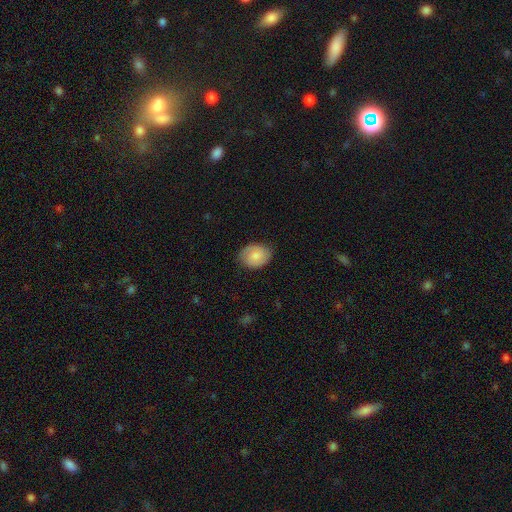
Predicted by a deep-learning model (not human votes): Smooth or featured? smooth (73%)
How rounded? in between (59%)
Merging? none (80%)